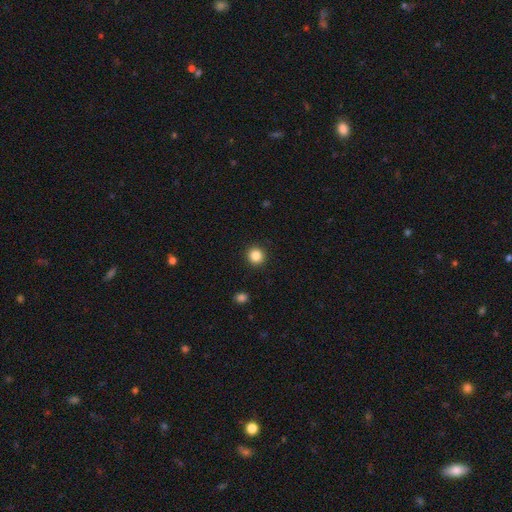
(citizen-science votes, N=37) Smooth or featured?
  - smooth: 89% *
  - featured or disk: 5%
  - star or artifact: 5%
How rounded?
  - round: 94% *
  - in between: 6%
  - cigar-shaped: 0%
Merging?
  - none: 97% *
  - minor disturbance: 3%
  - major disturbance: 0%
  - merger: 0%